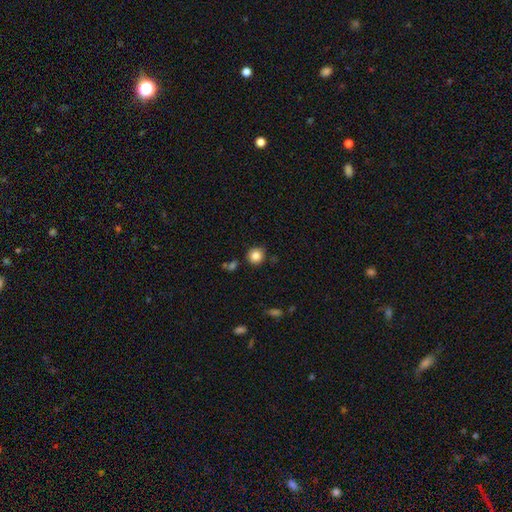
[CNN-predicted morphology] smooth_or_featured: smooth (p=0.84) [alt: star or artifact p=0.10]
how_rounded: round (p=0.91) [alt: in between p=0.08]
merging: none (p=0.84) [alt: minor disturbance p=0.10]